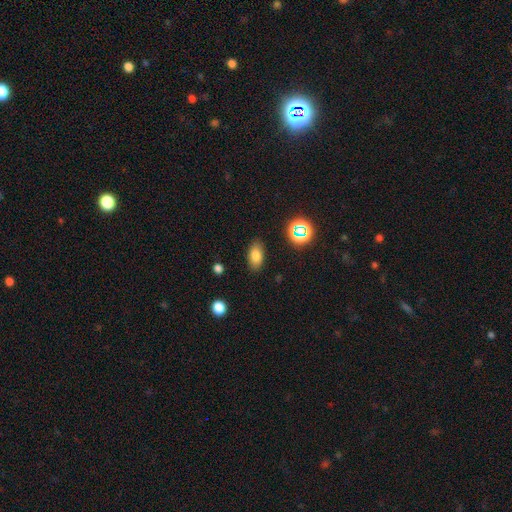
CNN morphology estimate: smooth 78%, star or artifact 13%, featured or disk 9%. Down the decision tree: how rounded — in between (89%); merging — none (86%).